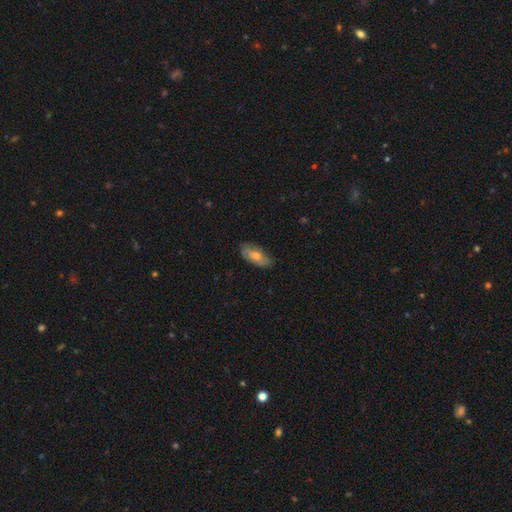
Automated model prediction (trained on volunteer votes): A smooth galaxy with no disk features (57%) that is in between round and cigar-shaped (82%).

Vote fractions:
- Smooth or featured? smooth: 57% / featured or disk: 35% / star or artifact: 8%
- How rounded? in between: 82% / cigar-shaped: 15% / round: 3%
- Merging? none: 80% / minor disturbance: 16% / major disturbance: 3% / merger: 1%